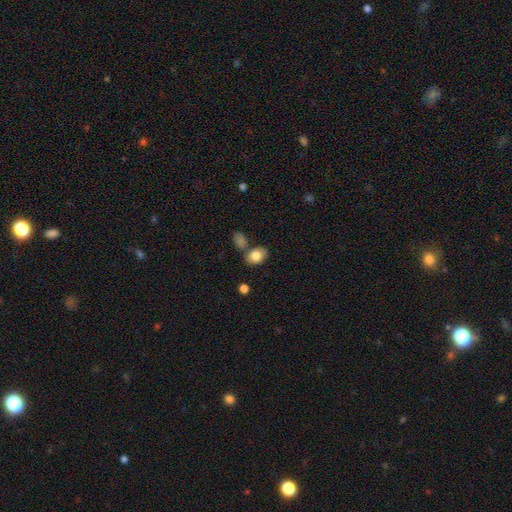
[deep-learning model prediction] smooth 82%, featured or disk 10%, star or artifact 8%. Down the decision tree: how rounded — in between (79%); merging — none (65%).